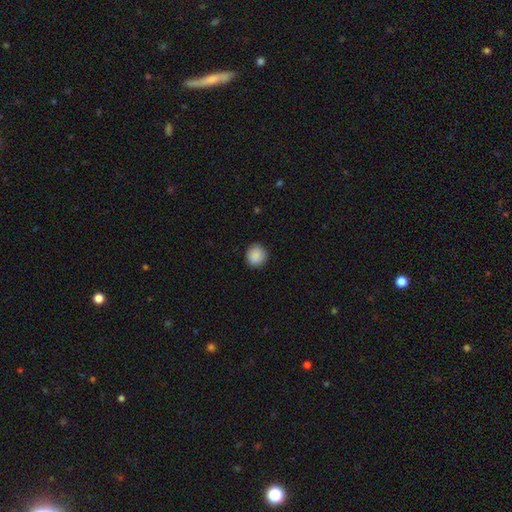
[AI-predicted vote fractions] A smooth galaxy with no disk features (89%) that is round (91%). Merging: none (89%).